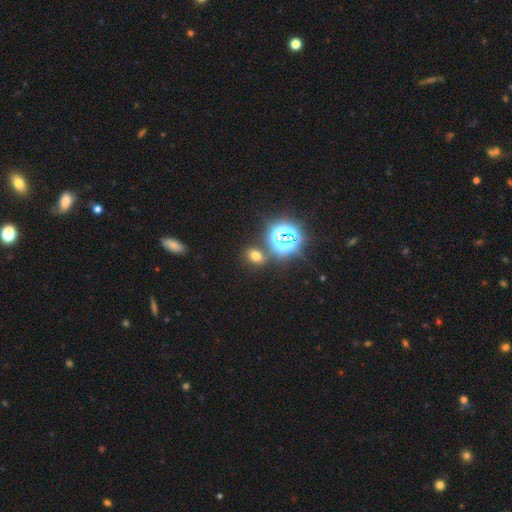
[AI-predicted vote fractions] Q: Smooth or featured?
A: smooth (55%); runner-up: star or artifact (36%)
Q: How rounded?
A: in between (58%); runner-up: round (40%)
Q: Merging?
A: none (77%); runner-up: minor disturbance (10%)